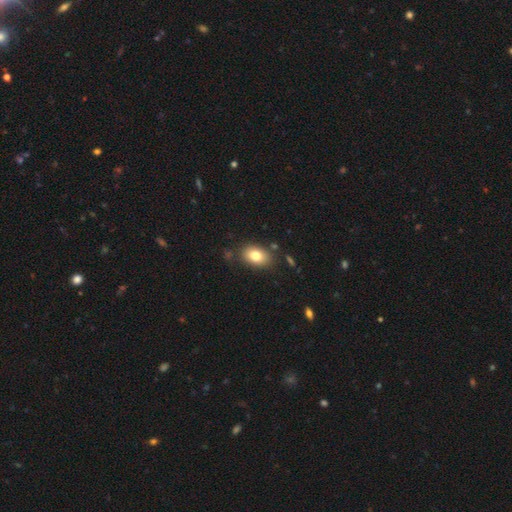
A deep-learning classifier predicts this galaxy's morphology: smooth_or_featured: smooth (p=0.79) [alt: featured or disk p=0.12]
how_rounded: in between (p=0.82) [alt: round p=0.16]
merging: none (p=0.81) [alt: minor disturbance p=0.12]